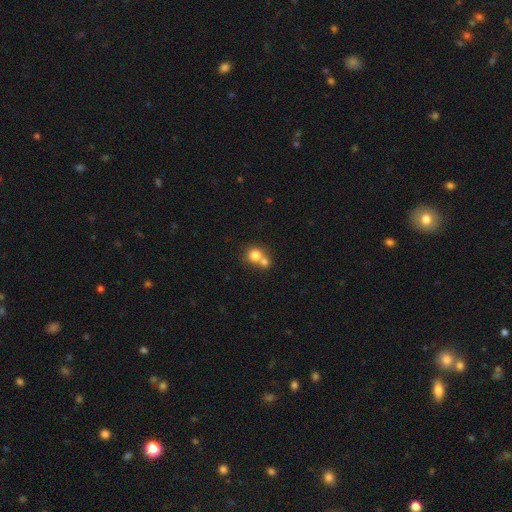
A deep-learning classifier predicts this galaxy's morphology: Q: Smooth or featured?
A: smooth (78%); runner-up: featured or disk (12%)
Q: How rounded?
A: round (83%); runner-up: in between (16%)
Q: Merging?
A: merger (56%); runner-up: none (36%)